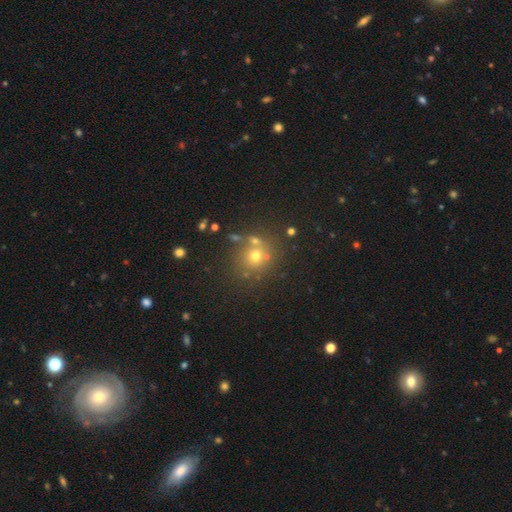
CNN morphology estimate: This appears to be a smooth galaxy with no disk features (61%) that is round (85%). Merging: none (66%).